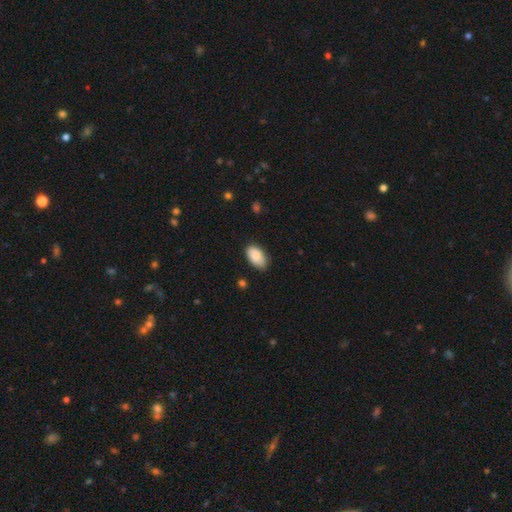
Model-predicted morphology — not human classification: Overall: smooth (87%). How rounded: in between (95%). Merging: none (81%).